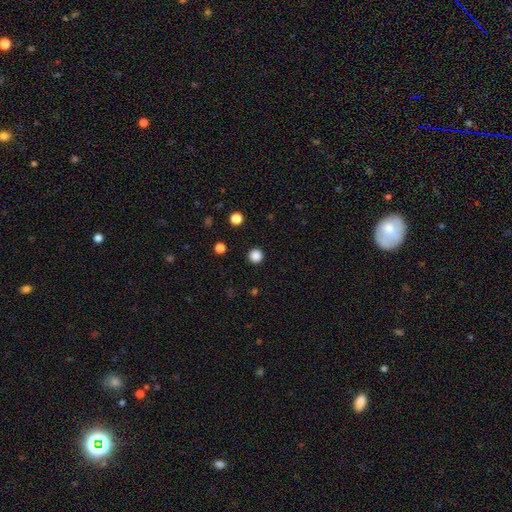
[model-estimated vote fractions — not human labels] Smooth or featured?
  - smooth: 86% *
  - star or artifact: 12%
  - featured or disk: 2%
How rounded?
  - round: 96% *
  - in between: 3%
  - cigar-shaped: 1%
Merging?
  - none: 93% *
  - minor disturbance: 4%
  - major disturbance: 2%
  - merger: 1%